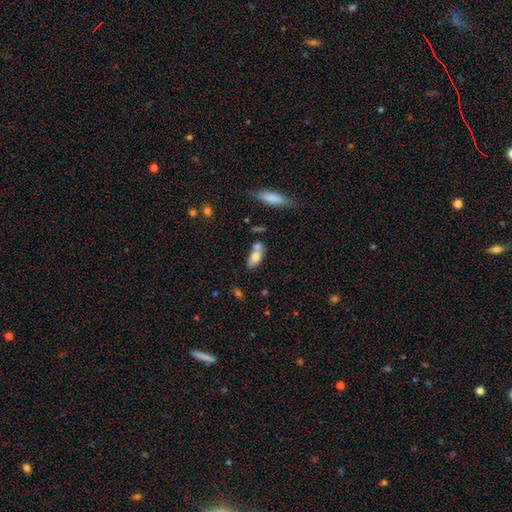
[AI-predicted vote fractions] Overall: smooth (75%). How rounded: in between (84%). Merging: merger (42%; none 40%).